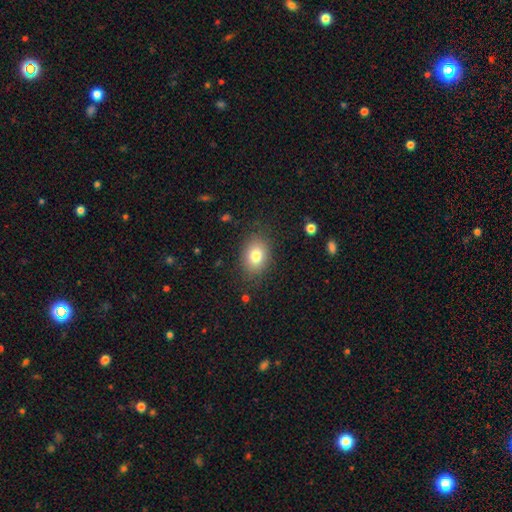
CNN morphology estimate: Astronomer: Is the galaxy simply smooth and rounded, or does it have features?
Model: smooth — 80%.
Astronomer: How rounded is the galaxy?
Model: in between — 69%.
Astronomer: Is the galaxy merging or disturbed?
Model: none — 84%.